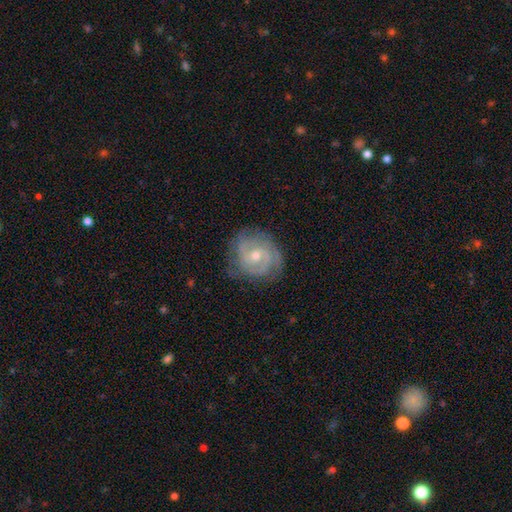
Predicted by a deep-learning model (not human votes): Smooth or featured? Predicted: featured or disk (p=0.84). Edge-on disk? Predicted: no (p=0.97). Bar? Predicted: no (p=0.56). Spiral arms? Predicted: yes (p=0.95). Spiral winding? Predicted: tight (p=0.63). Spiral arm count? Predicted: 2 (p=0.43). Bulge size? Predicted: moderate (p=0.52). Merging? Predicted: none (p=0.77).